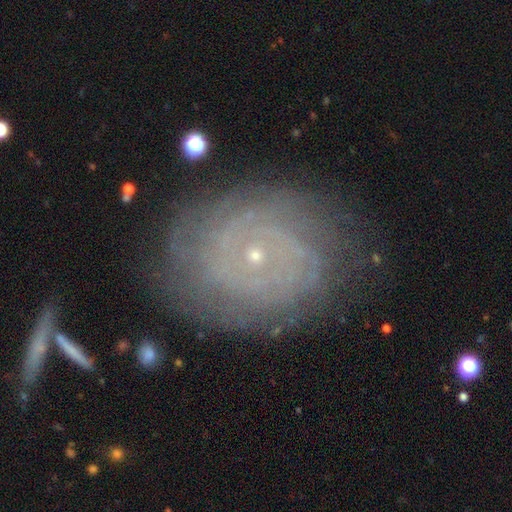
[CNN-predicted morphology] Overall: featured or disk (81%). Edge-on disk: no (97%). Bar: no (82%). Spiral arms: yes (94%). Spiral arm count: can't tell (38%; 2 16%). Spiral winding: tight (83%). Bulge size: small (88%). Merging: none (77%).